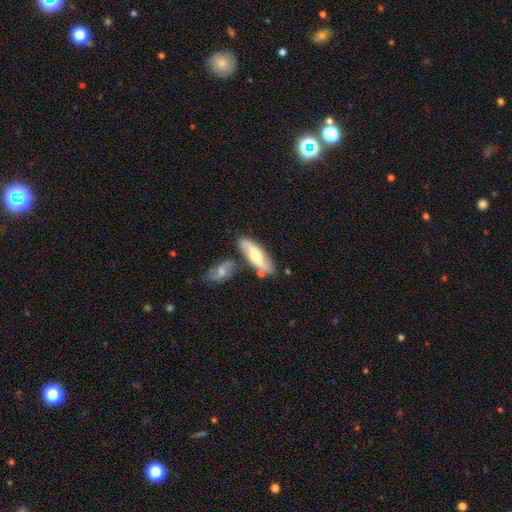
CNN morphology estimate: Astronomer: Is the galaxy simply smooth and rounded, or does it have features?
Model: featured or disk — 53% (runner-up: smooth, 41%).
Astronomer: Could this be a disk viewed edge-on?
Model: no — 71%.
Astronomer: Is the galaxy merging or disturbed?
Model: none — 65%.